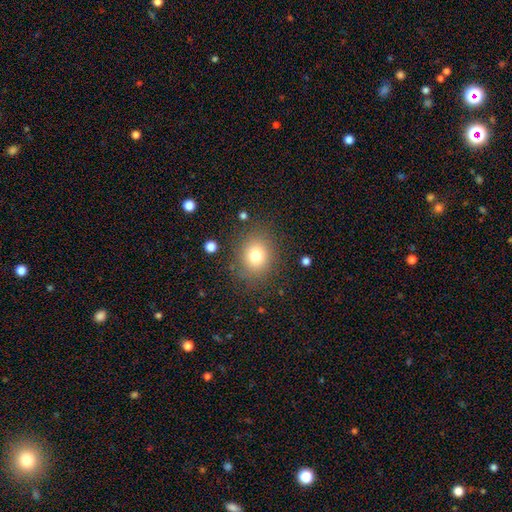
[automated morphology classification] smooth_or_featured: smooth (p=0.76) [alt: star or artifact p=0.14]
how_rounded: round (p=0.71) [alt: in between p=0.28]
merging: none (p=0.83) [alt: minor disturbance p=0.10]